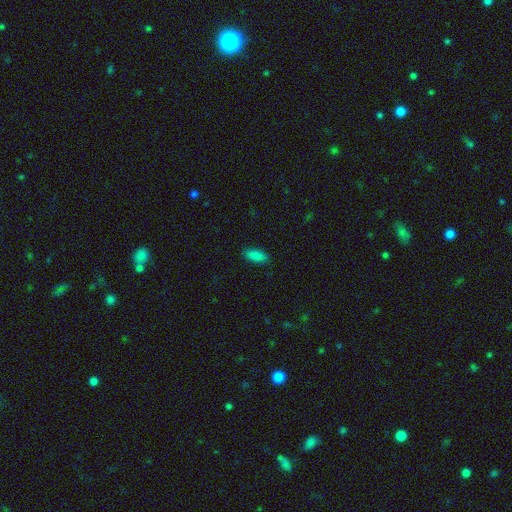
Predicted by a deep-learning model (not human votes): smooth-or-featured: smooth: 87% | star or artifact: 8% | featured or disk: 4%
  how-rounded: in between: 82% | cigar-shaped: 16% | round: 2%
  merging: none: 89% | minor disturbance: 8% | major disturbance: 2% | merger: 1%